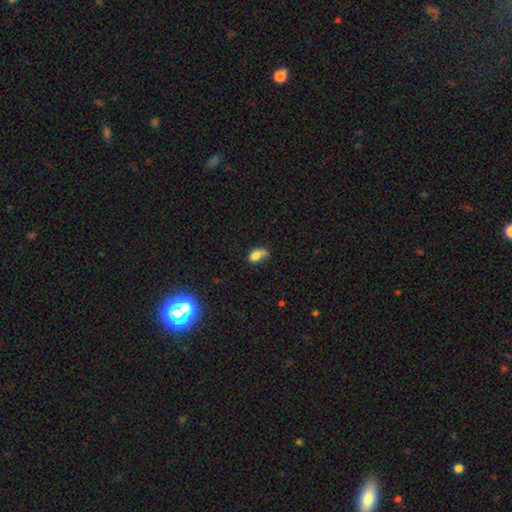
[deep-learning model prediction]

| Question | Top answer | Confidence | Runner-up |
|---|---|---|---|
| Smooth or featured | smooth | 73% | featured or disk (17%) |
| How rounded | in between | 78% | round (20%) |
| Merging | none | 33% | minor disturbance (30%) |